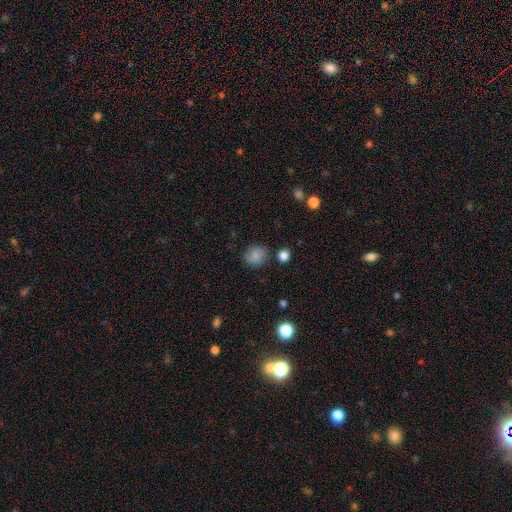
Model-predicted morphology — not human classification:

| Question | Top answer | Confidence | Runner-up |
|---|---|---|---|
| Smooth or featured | smooth | 81% | star or artifact (10%) |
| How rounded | round | 82% | in between (17%) |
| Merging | none | 79% | minor disturbance (14%) |